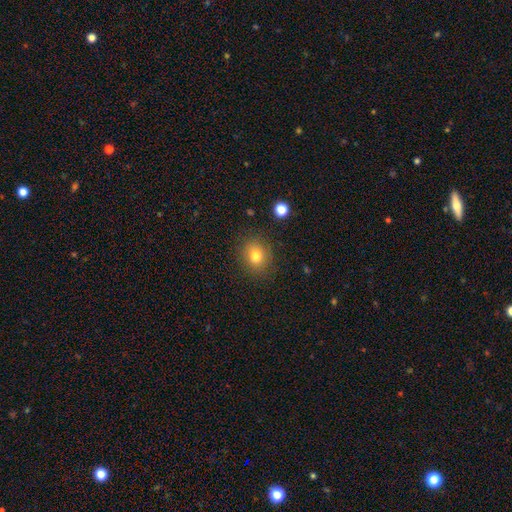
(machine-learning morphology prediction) Smooth or featured: smooth — 79% (star or artifact — 12%)
How rounded: round — 69% (in between — 30%)
Merging: none — 85% (minor disturbance — 10%)